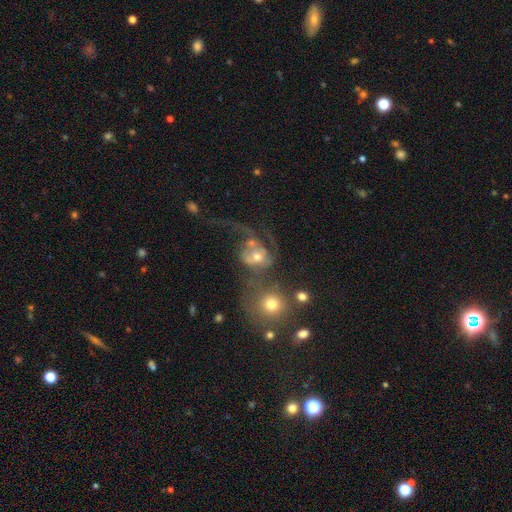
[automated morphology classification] Smooth or featured: featured or disk — 61% (smooth — 25%)
Edge-on disk: no — 97% (yes — 3%)
Bar: no — 70% (weak — 24%)
Spiral arms: yes — 75% (no — 25%)
Bulge size: moderate — 54% (small — 30%)
Merging: merger — 42% (major disturbance — 31%)